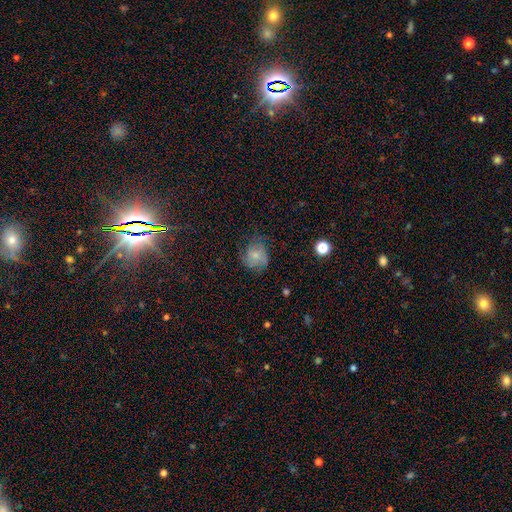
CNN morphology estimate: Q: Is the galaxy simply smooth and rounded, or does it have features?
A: smooth — 59%.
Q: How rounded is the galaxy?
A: round — 71%.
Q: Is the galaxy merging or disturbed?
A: none — 59%.